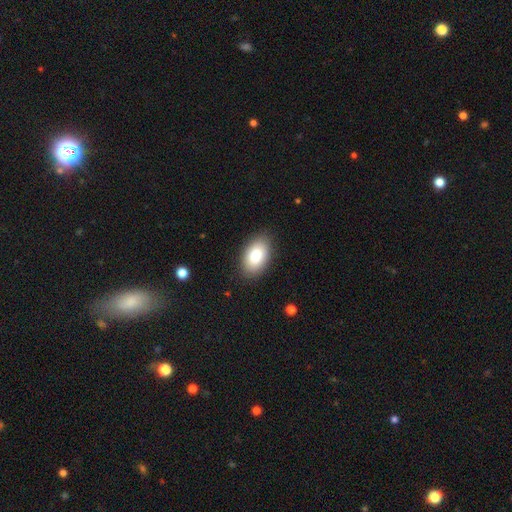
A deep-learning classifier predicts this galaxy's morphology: Smooth or featured?
  - smooth: 84% *
  - featured or disk: 9%
  - star or artifact: 7%
How rounded?
  - in between: 93% *
  - round: 6%
  - cigar-shaped: 1%
Merging?
  - none: 86% *
  - minor disturbance: 10%
  - major disturbance: 3%
  - merger: 1%